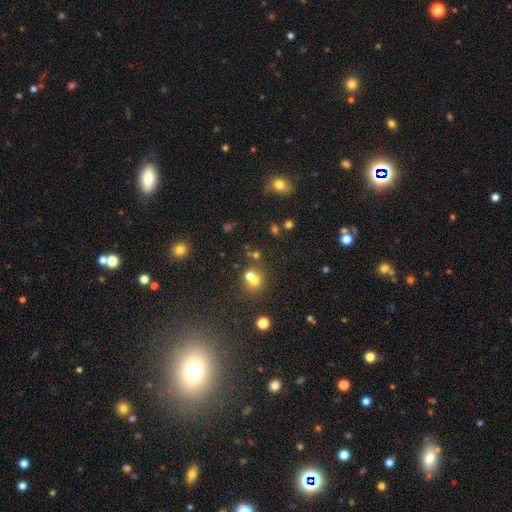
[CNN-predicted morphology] smooth-or-featured: smooth: 54% | star or artifact: 32% | featured or disk: 13%
  how-rounded: round: 79% | in between: 20% | cigar-shaped: 1%
  merging: none: 46% | merger: 43% | minor disturbance: 7% | major disturbance: 4%